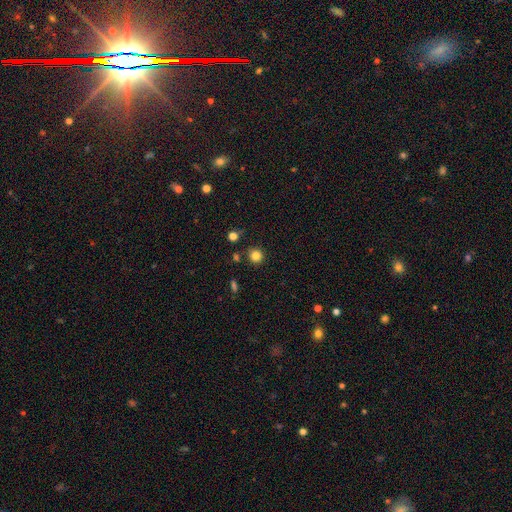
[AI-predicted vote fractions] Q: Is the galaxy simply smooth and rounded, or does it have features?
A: smooth — 83%.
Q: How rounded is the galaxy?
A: round — 91%.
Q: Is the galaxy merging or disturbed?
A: none — 86%.